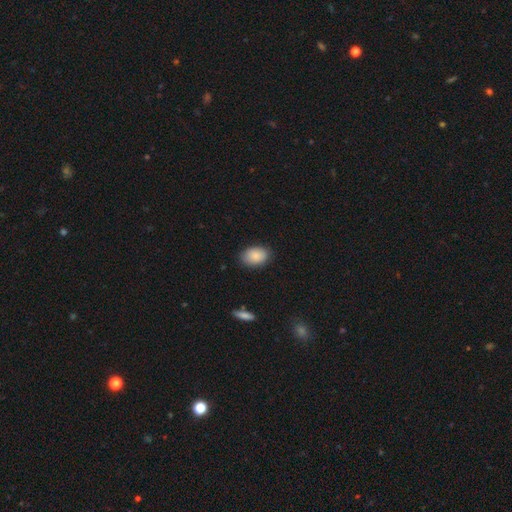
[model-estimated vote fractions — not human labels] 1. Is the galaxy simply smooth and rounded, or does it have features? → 87% smooth, 7% star or artifact, 6% featured or disk.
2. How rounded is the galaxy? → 86% in between, 13% round, 1% cigar-shaped.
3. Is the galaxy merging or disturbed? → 84% none, 13% minor disturbance, 3% major disturbance, 1% merger.